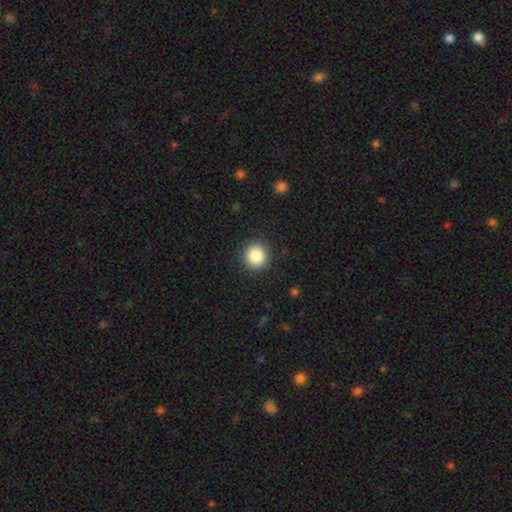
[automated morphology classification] Overall: smooth (86%). How rounded: round (92%). Merging: none (91%).